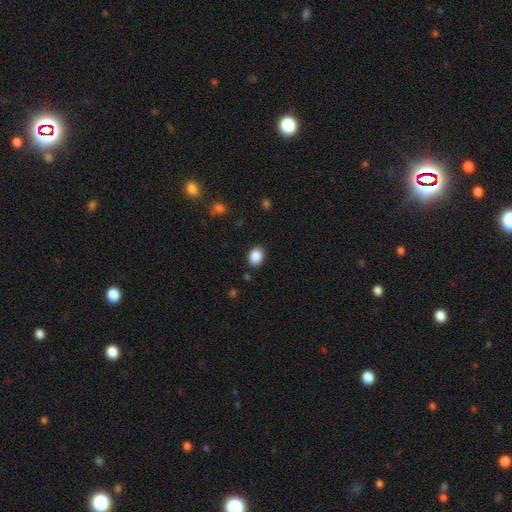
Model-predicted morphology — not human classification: type=smooth (88%); roundness=in between (63%); merging=none (87%).